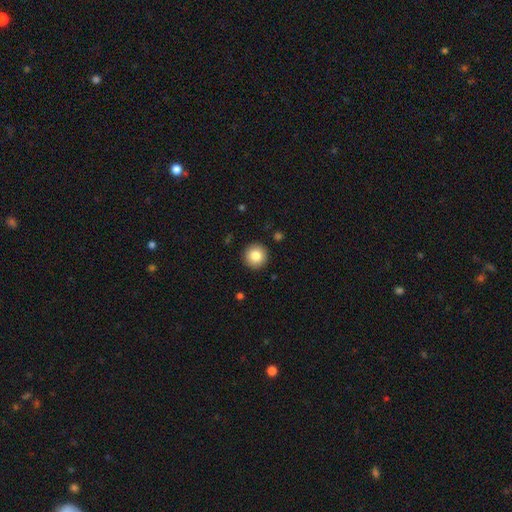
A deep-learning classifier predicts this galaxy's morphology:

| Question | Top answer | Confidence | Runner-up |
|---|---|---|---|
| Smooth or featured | smooth | 84% | star or artifact (9%) |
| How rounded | round | 95% | in between (4%) |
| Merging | none | 92% | minor disturbance (5%) |